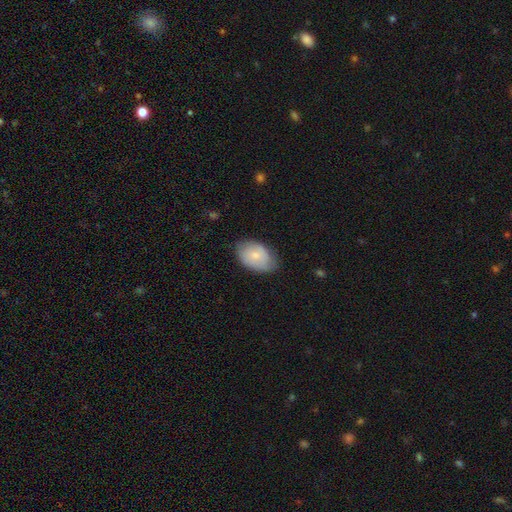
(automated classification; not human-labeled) This appears to be a smooth galaxy with no disk features (69%) that is in between round and cigar-shaped (86%). Merging: none (68%).